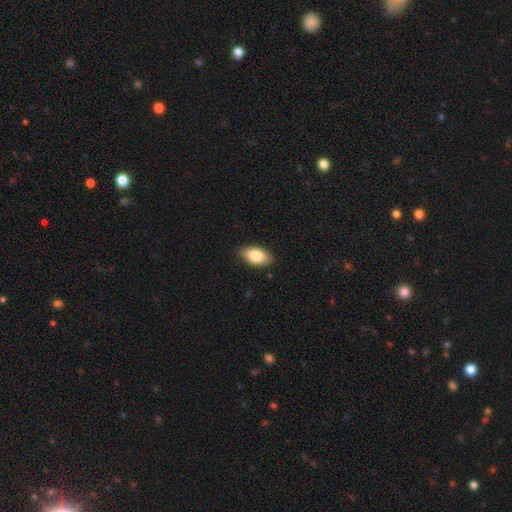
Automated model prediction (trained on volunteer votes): smooth 83%, featured or disk 11%, star or artifact 7%. Down the decision tree: how rounded — in between (92%); merging — none (86%).